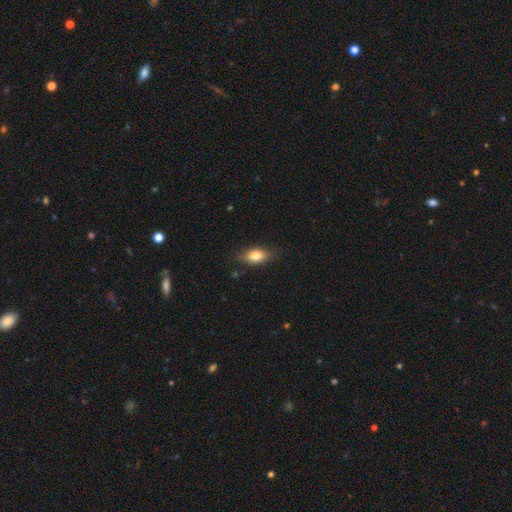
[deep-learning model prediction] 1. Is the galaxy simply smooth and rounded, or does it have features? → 77% smooth, 15% featured or disk, 8% star or artifact.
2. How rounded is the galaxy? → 83% in between, 9% cigar-shaped, 8% round.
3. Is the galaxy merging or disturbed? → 79% none, 17% minor disturbance, 3% major disturbance, 1% merger.